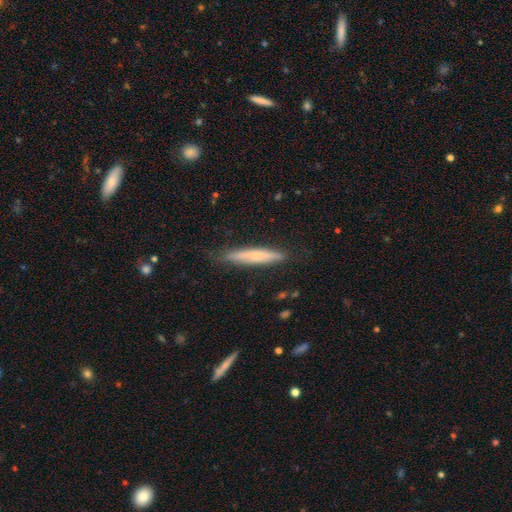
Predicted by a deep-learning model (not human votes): This appears to be a smooth galaxy with no disk features (59%) that is cigar-shaped (93%). Merging: none (83%).